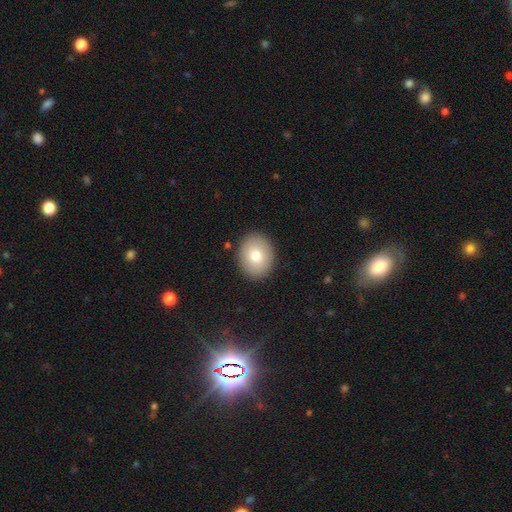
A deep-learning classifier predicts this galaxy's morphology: A smooth galaxy with no disk features (77%) that is round (55%). Merging: none (89%).